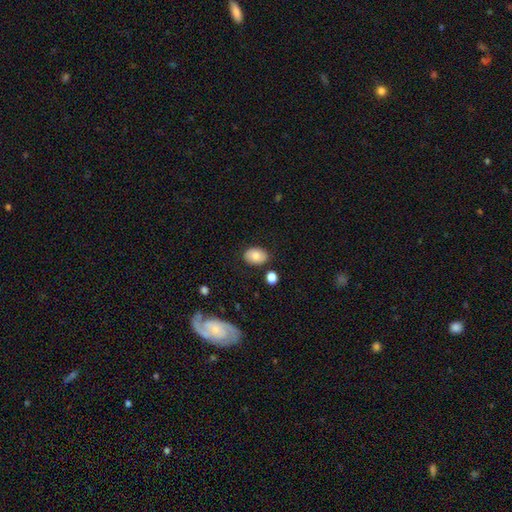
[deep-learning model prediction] This is likely a smooth galaxy (77%). How rounded: clearly in between (81%). Merging: clearly none (83%).